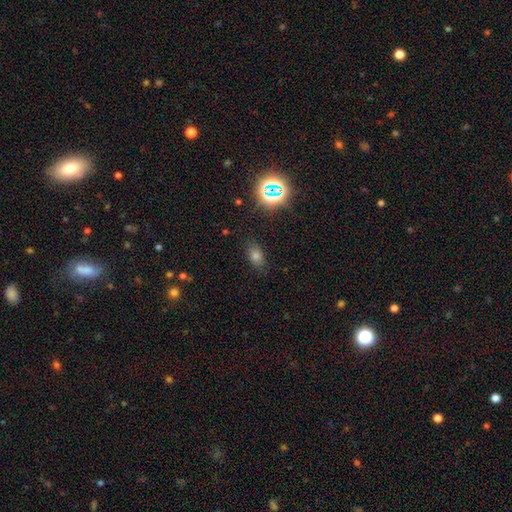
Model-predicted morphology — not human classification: This is likely a smooth galaxy (65%). How rounded: likely in between (80%). Merging: clearly none (83%).